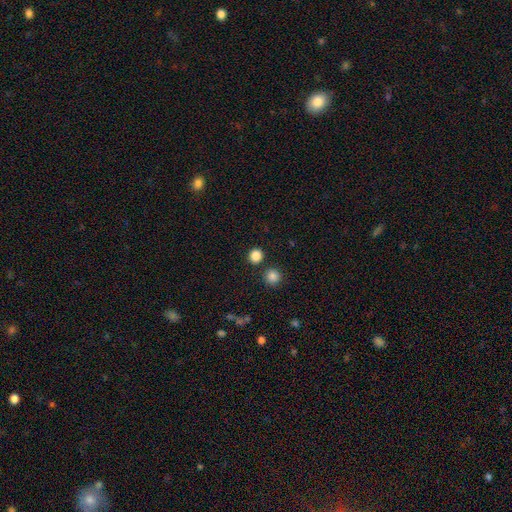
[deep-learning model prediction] Smooth or featured?
  - smooth: 84% *
  - star or artifact: 12%
  - featured or disk: 4%
How rounded?
  - round: 89% *
  - in between: 10%
  - cigar-shaped: 1%
Merging?
  - none: 85% *
  - merger: 7%
  - minor disturbance: 6%
  - major disturbance: 2%